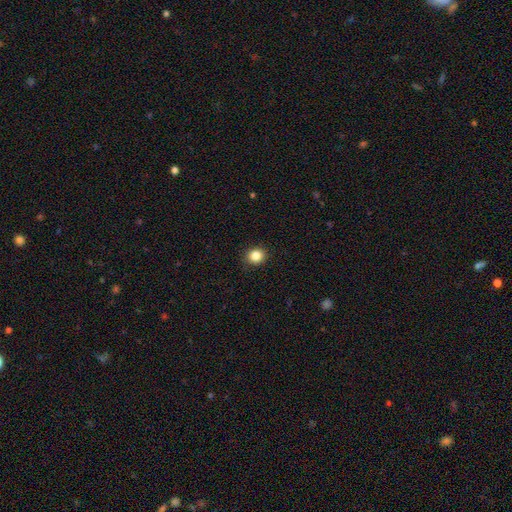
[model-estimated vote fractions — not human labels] The model was most divided on "how rounded": round: 82%, in between: 18%, cigar-shaped: 1%. More confident: merging — none (90%); smooth or featured — smooth (85%).